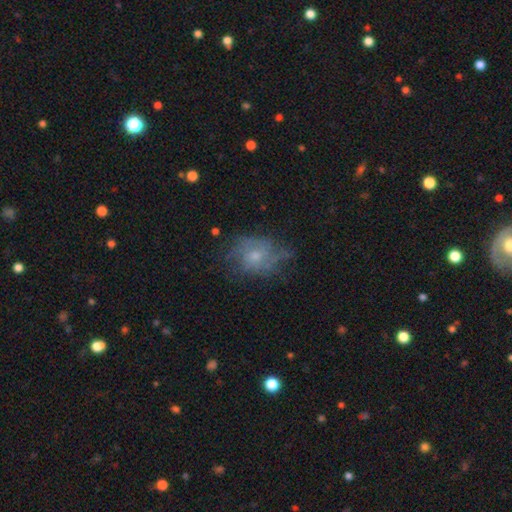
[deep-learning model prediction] smooth-or-featured: featured or disk: 52% | smooth: 37% | star or artifact: 11%
  disk-edge-on: no: 96% | yes: 4%
  merging: none: 52% | minor disturbance: 28% | major disturbance: 18% | merger: 2%